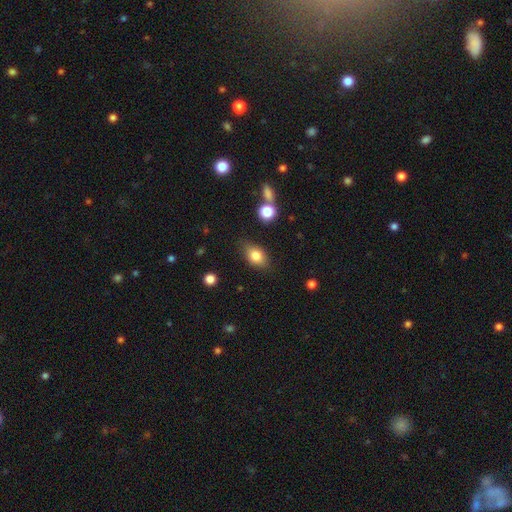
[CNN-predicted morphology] smooth_or_featured: smooth (p=0.80) [alt: featured or disk p=0.11]
how_rounded: in between (p=0.79) [alt: round p=0.18]
merging: none (p=0.77) [alt: minor disturbance p=0.16]